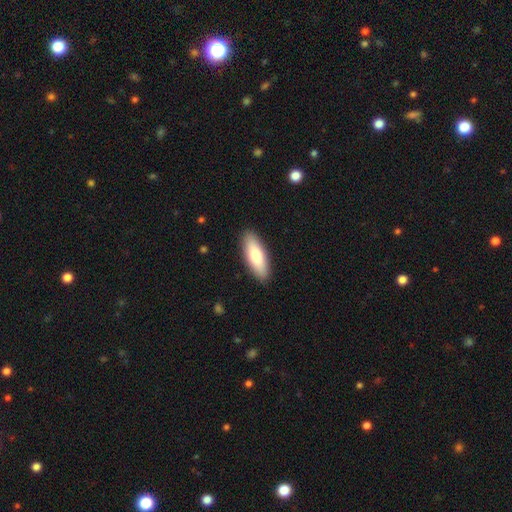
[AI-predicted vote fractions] Morphology: type=smooth (77%); roundness=in between (65%); merging=none (89%).